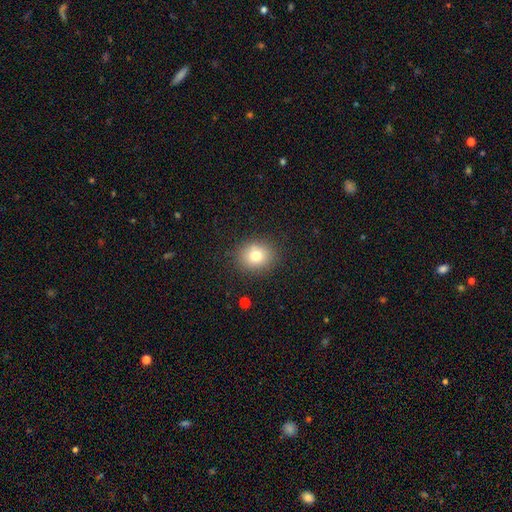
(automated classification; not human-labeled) This is likely a smooth galaxy (77%). How rounded: likely round (70%). Merging: clearly none (86%).